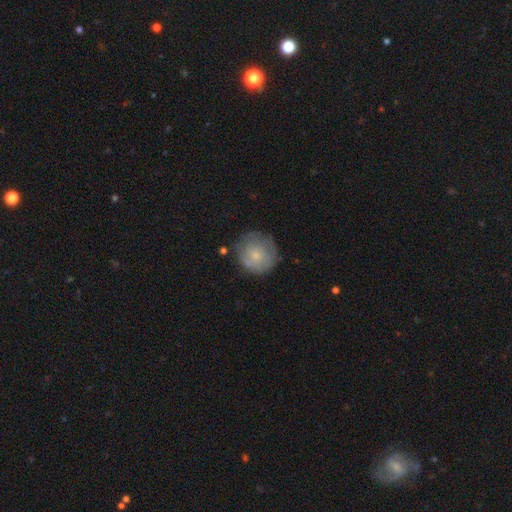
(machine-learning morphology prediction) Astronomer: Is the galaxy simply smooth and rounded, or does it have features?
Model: smooth — 63%.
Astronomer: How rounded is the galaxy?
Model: round — 93%.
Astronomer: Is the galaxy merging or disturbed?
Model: none — 72%.